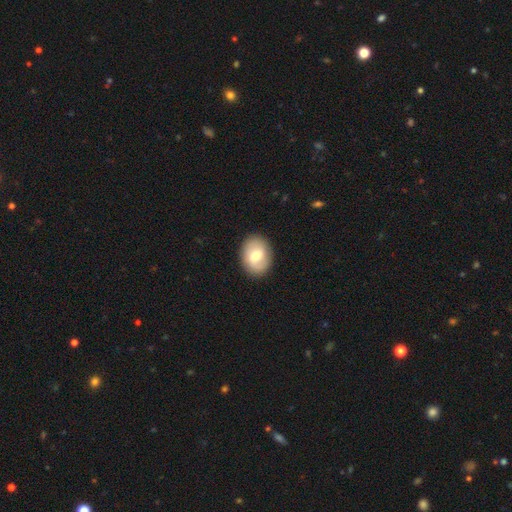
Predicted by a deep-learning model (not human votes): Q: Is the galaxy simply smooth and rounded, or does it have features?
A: smooth — 61%.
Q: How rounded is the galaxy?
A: in between — 61%.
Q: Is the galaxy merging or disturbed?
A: none — 87%.